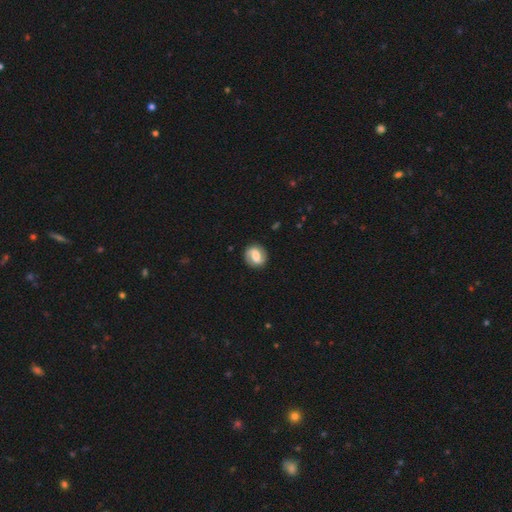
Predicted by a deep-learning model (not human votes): smooth_or_featured: featured or disk (p=0.61) [alt: smooth p=0.32]
disk_edge_on: no (p=0.97) [alt: yes p=0.03]
bar: weak (p=0.45) [alt: strong p=0.32]
has_spiral_arms: yes (p=0.87) [alt: no p=0.13]
spiral_winding: medium (p=0.41) [alt: loose p=0.30]
spiral_arm_count: 2 (p=0.88) [alt: can't tell p=0.05]
bulge_size: moderate (p=0.42) [alt: large p=0.29]
merging: none (p=0.85) [alt: minor disturbance p=0.10]